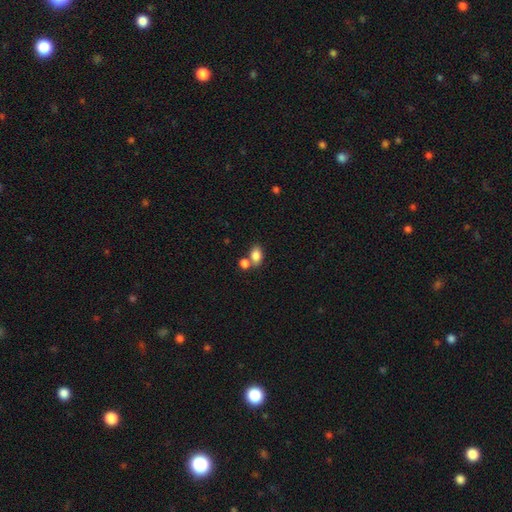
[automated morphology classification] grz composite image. It shows a smooth galaxy with no disk features (83%) that is in between round and cigar-shaped (79%). Merging: none (49%).